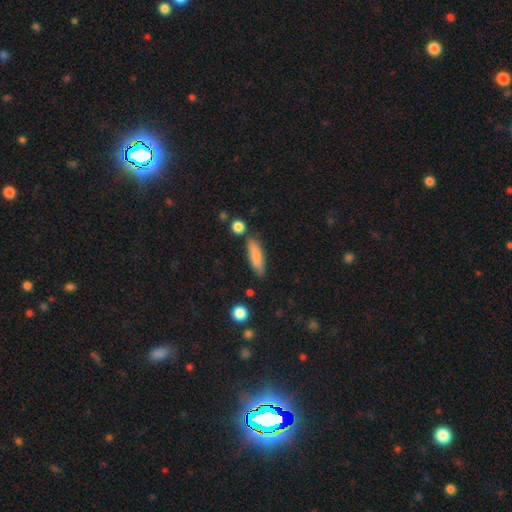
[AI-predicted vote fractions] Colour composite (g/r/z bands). It shows a smooth galaxy with no disk features (82%) that is cigar-shaped (57%). Merging: none (78%).